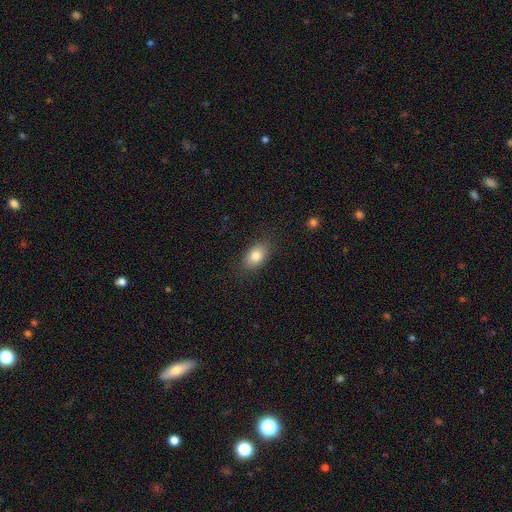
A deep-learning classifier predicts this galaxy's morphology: A smooth galaxy with no disk features (82%) that is in between round and cigar-shaped (87%). Merging: none (84%).